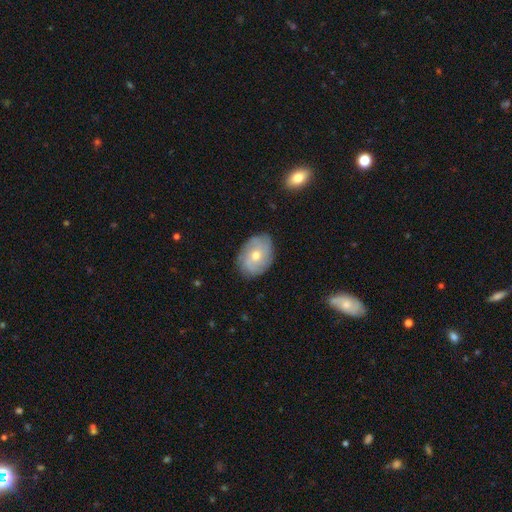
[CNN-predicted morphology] This is possibly a featured or disk galaxy (53%). It is clearly not viewed edge-on (95%). Bar: likely no (73%). Spiral arm pattern: likely yes (75%). Central bulge: possibly moderate (60%). Merging: clearly none (81%).